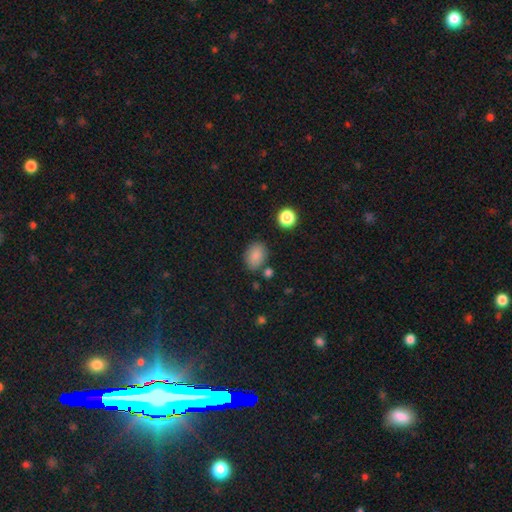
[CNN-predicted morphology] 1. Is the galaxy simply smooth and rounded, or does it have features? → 84% smooth, 10% star or artifact, 6% featured or disk.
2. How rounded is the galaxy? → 74% in between, 25% round, 1% cigar-shaped.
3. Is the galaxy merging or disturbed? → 77% none, 14% minor disturbance, 5% merger, 4% major disturbance.